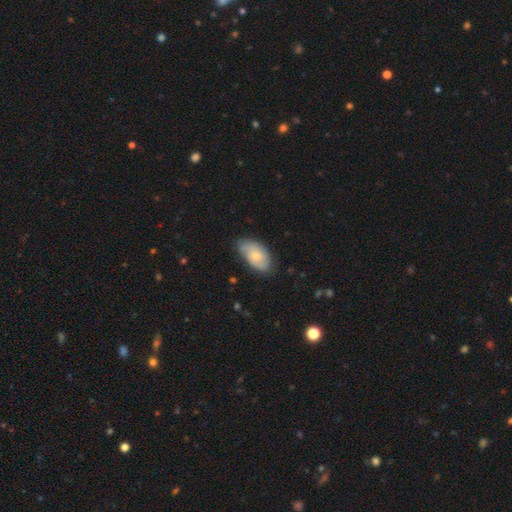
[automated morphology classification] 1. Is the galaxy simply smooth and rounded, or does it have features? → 56% smooth, 38% featured or disk, 6% star or artifact.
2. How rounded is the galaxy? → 93% in between, 4% round, 2% cigar-shaped.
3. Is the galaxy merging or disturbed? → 67% none, 26% minor disturbance, 5% major disturbance, 1% merger.